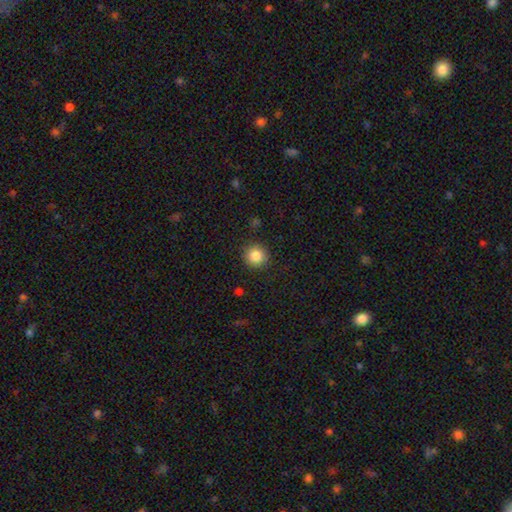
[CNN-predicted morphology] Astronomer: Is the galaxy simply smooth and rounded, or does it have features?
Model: smooth — 85%.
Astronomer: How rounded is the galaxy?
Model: round — 93%.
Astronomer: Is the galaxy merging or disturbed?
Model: none — 89%.